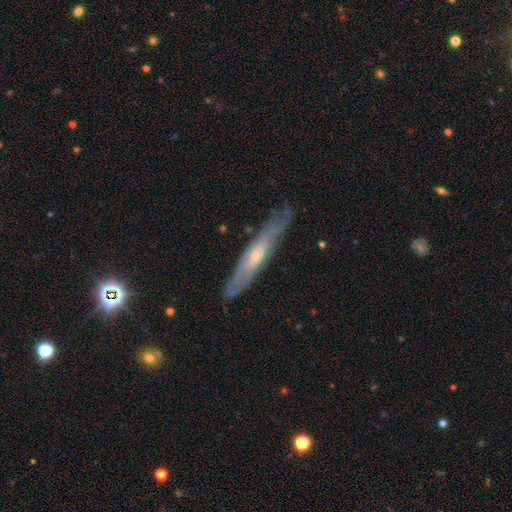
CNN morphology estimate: A featured or disk galaxy (69%) viewed edge-on (62%).

Vote fractions:
- Smooth or featured? featured or disk: 69% / smooth: 25% / star or artifact: 6%
- Edge-on disk? yes: 62% / no: 38%
- Merging? none: 78% / minor disturbance: 17% / major disturbance: 4% / merger: 1%